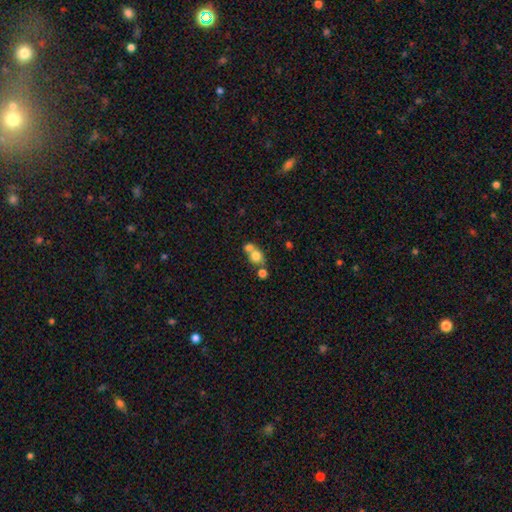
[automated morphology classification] This is likely a smooth galaxy (74%). How rounded: likely round (74%). Merging: possibly merger (54%).